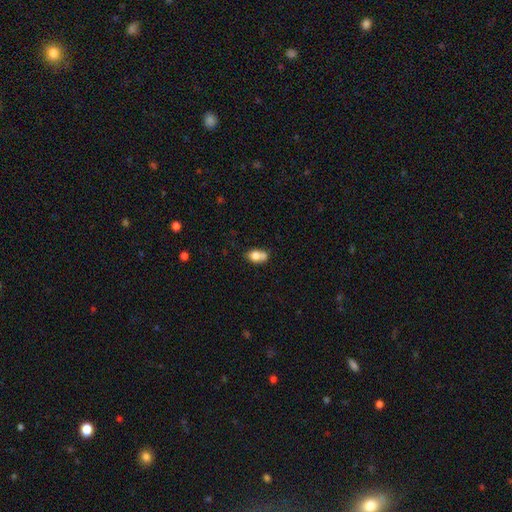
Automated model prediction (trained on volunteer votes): A smooth galaxy with no disk features (74%) that is in between round and cigar-shaped (63%). Merging: merger (44%).